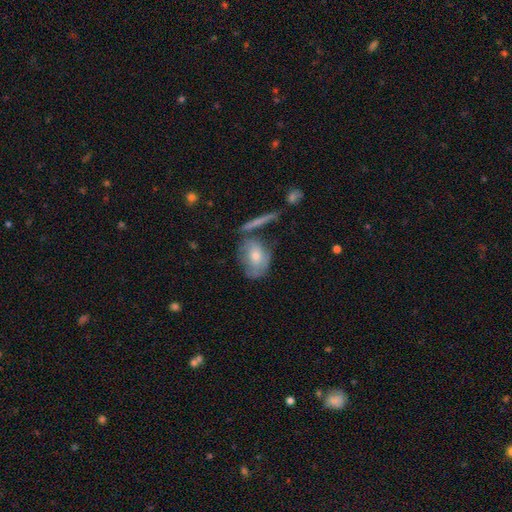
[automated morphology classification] smooth 54%, featured or disk 37%, star or artifact 9%. Down the decision tree: how rounded — in between (67%); merging — none (50%).